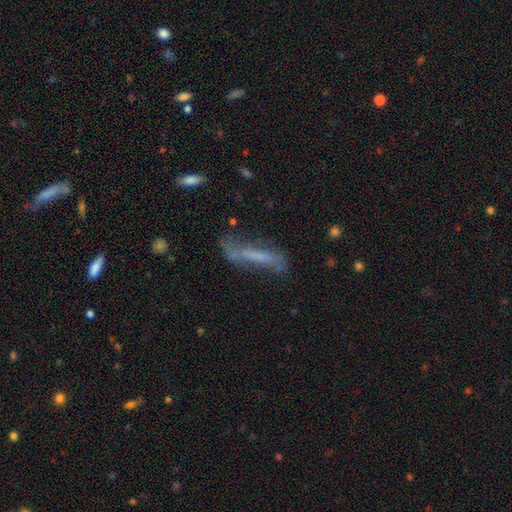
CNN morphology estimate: featured or disk 48%, smooth 40%, star or artifact 12%. Down the decision tree: merging — none (52%).